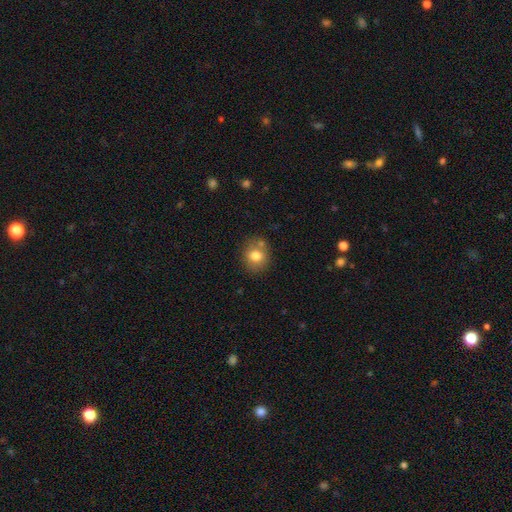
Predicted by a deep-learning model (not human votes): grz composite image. It shows a smooth galaxy with no disk features (78%) that is round (69%). Merging: none (70%).